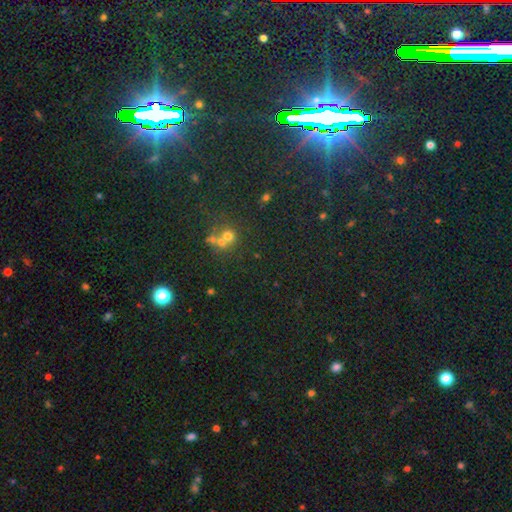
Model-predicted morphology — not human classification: type=star or artifact (70%).